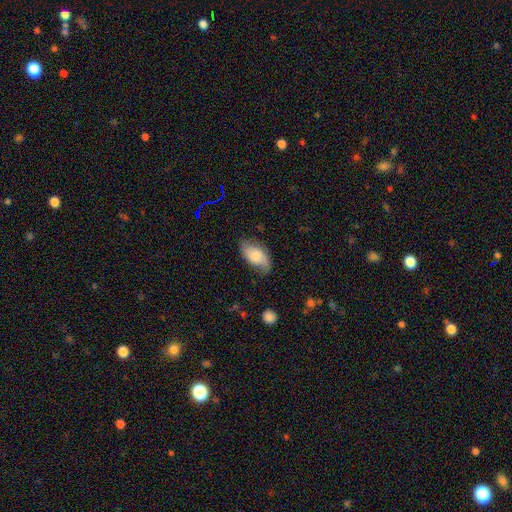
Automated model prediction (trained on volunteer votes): Q: Smooth or featured?
A: smooth (59%); runner-up: featured or disk (34%)
Q: How rounded?
A: in between (94%); runner-up: round (3%)
Q: Merging?
A: none (63%); runner-up: minor disturbance (27%)